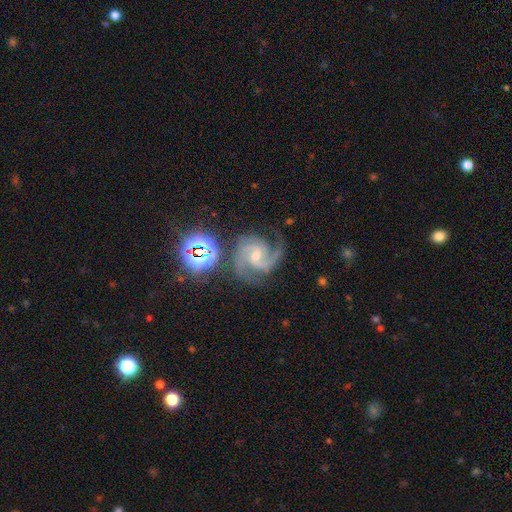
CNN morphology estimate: A featured or disk galaxy (87%) with no bar (48%), 2 (44%) medium (57%) spiral arms (99%) and a small central bulge (57%).

Vote fractions:
- Smooth or featured? featured or disk: 87% / star or artifact: 9% / smooth: 4%
- Edge-on disk? no: 98% / yes: 2%
- Bar? no: 48% / weak: 38% / strong: 14%
- Spiral arms? yes: 99% / no: 1%
- Spiral winding? medium: 57% / tight: 33% / loose: 10%
- Spiral arm count? 2: 44% / 3: 39% / can't tell: 6% / 4: 4% / 1: 4% / more than 4: 4%
- Bulge size? small: 57% / moderate: 39% / none: 2% / large: 1% / dominant: 1%
- Merging? none: 69% / minor disturbance: 19% / major disturbance: 9% / merger: 4%